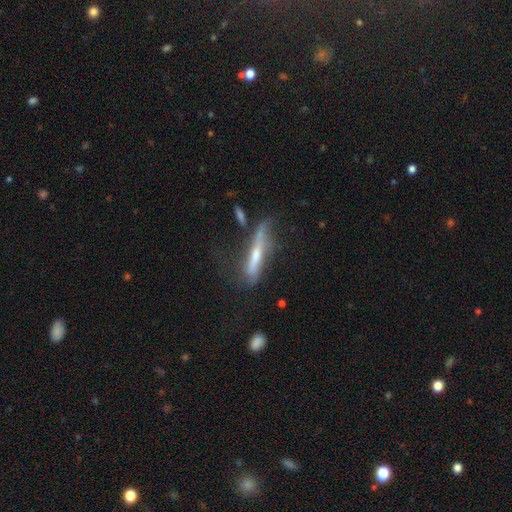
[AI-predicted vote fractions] Smooth or featured? featured or disk (58%)
Edge-on disk? yes (79%)
Merging? none (46%)